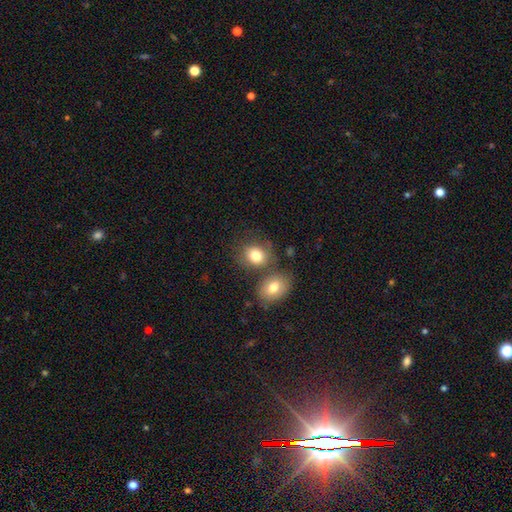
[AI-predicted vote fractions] Smooth or featured: smooth — 80% (featured or disk — 11%)
How rounded: round — 53% (in between — 46%)
Merging: none — 56% (merger — 27%)